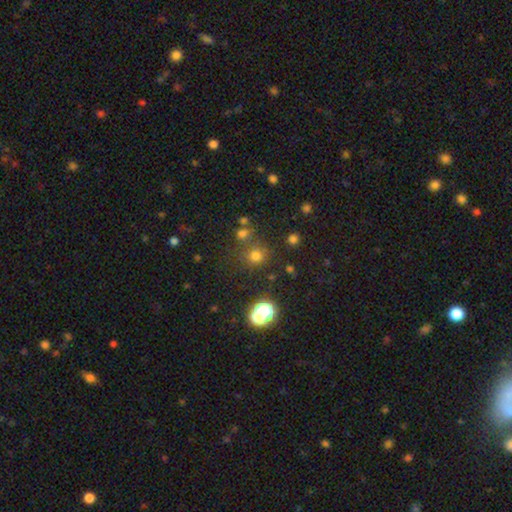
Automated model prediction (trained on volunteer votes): The model was most divided on "smooth or featured": smooth: 67%, star or artifact: 26%, featured or disk: 7%. More confident: how rounded — round (89%); merging — none (76%).